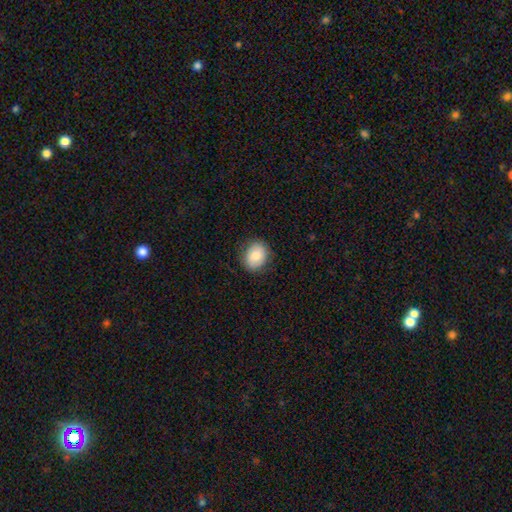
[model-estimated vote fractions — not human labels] Morphology: type=smooth (81%); roundness=round (50%); merging=none (84%).